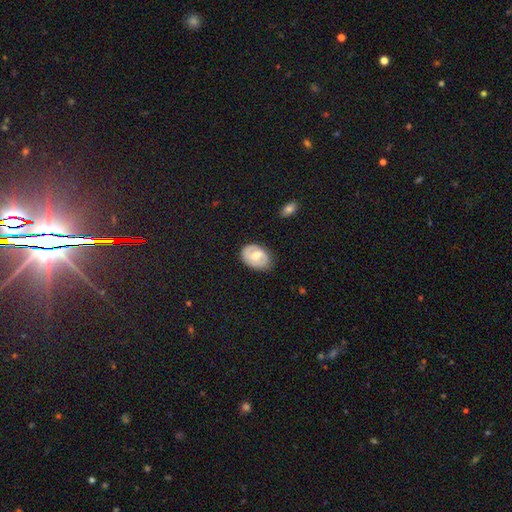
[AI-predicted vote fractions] Smooth or featured?
  - featured or disk: 52% *
  - smooth: 41%
  - star or artifact: 6%
Edge-on disk?
  - no: 96% *
  - yes: 4%
Bar?
  - weak: 49% *
  - no: 32%
  - strong: 19%
Spiral arms?
  - yes: 68% *
  - no: 32%
Bulge size?
  - moderate: 65% *
  - small: 23%
  - large: 8%
  - none: 3%
  - dominant: 1%
Merging?
  - none: 77% *
  - minor disturbance: 18%
  - major disturbance: 4%
  - merger: 1%